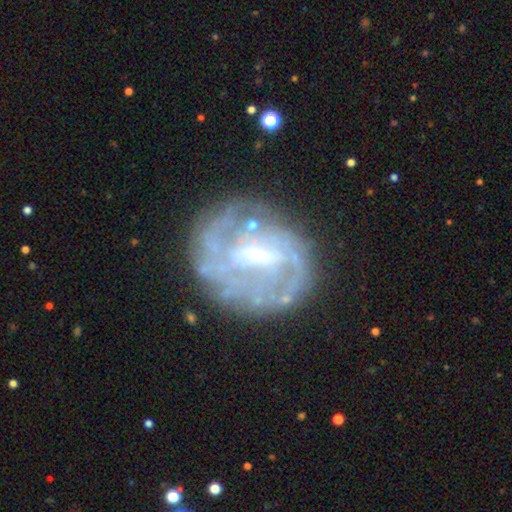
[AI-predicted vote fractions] smooth_or_featured: featured or disk (p=0.76) [alt: smooth p=0.16]
disk_edge_on: no (p=0.97) [alt: yes p=0.03]
bar: weak (p=0.49) [alt: strong p=0.28]
has_spiral_arms: yes (p=0.66) [alt: no p=0.34]
bulge_size: small (p=0.38) [alt: moderate p=0.34]
merging: none (p=0.66) [alt: minor disturbance p=0.18]